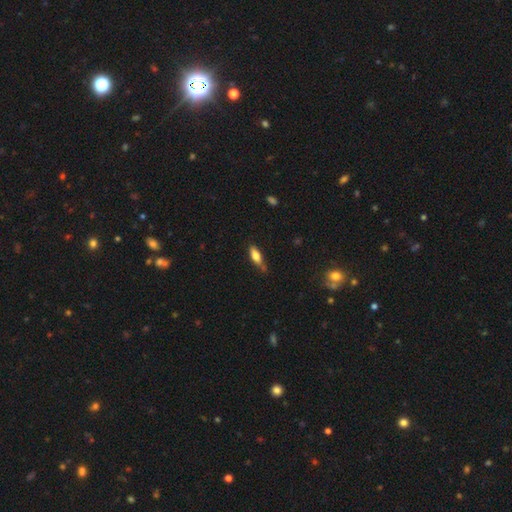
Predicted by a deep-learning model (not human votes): This is likely a smooth galaxy (68%). How rounded: possibly in between (59%). Merging: likely none (61%).